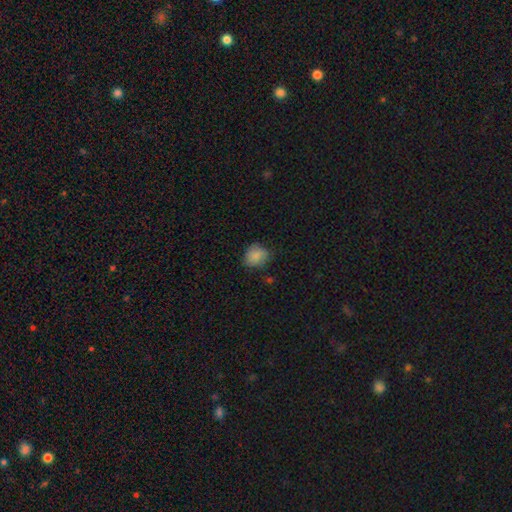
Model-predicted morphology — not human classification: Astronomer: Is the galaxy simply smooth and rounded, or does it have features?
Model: smooth — 84%.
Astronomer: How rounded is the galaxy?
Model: round — 63%.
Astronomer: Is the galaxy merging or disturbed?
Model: none — 69%.